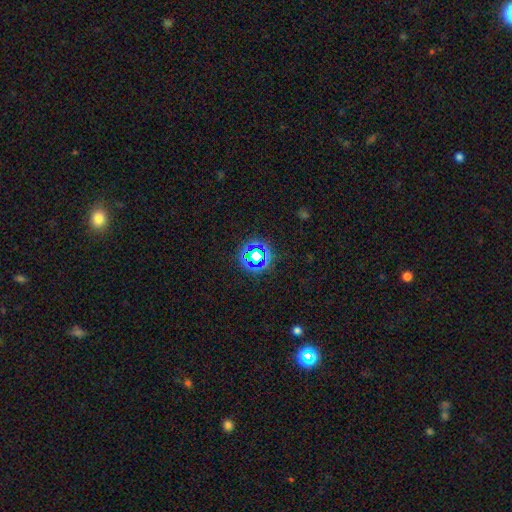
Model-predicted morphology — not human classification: Smooth or featured: star or artifact — 62% (smooth — 26%)